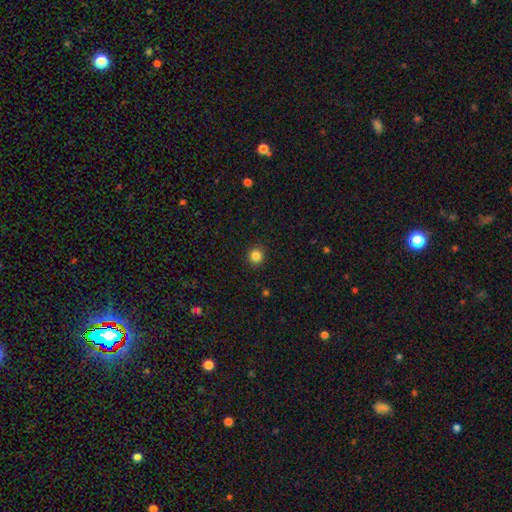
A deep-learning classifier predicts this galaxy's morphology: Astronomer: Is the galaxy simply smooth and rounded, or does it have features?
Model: smooth — 85%.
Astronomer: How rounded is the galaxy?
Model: round — 92%.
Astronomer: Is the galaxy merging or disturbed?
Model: none — 92%.